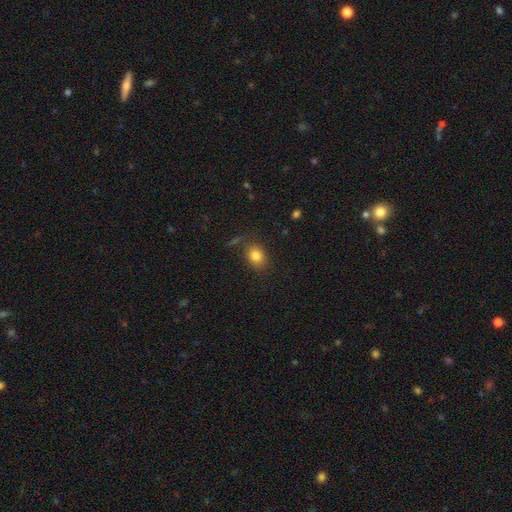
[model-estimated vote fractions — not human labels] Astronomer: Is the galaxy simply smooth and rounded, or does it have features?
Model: smooth — 83%.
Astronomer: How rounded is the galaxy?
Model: in between — 50% (runner-up: round, 48%).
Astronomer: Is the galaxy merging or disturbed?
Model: none — 78%.